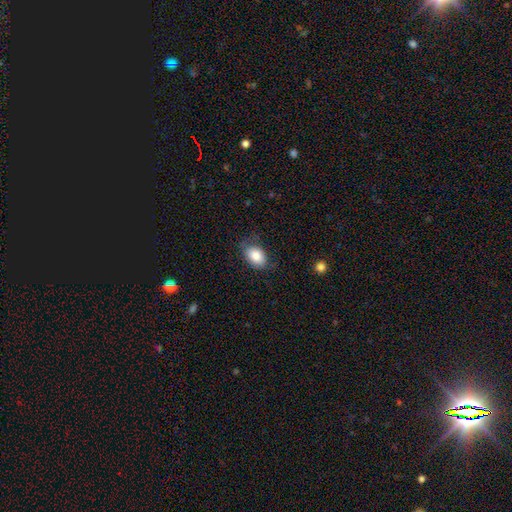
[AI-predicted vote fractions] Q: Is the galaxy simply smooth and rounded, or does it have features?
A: smooth — 84%.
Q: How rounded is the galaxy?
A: in between — 84%.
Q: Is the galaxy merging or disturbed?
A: none — 67%.